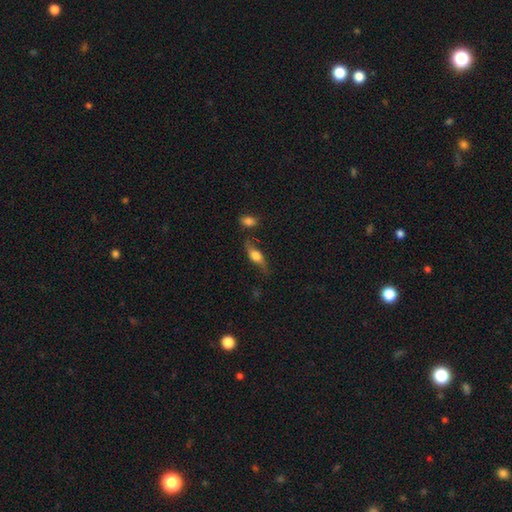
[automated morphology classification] A featured or disk galaxy (47%).

Vote fractions:
- Smooth or featured? featured or disk: 47% / smooth: 45% / star or artifact: 8%
- Merging? none: 65% / minor disturbance: 21% / major disturbance: 8% / merger: 6%